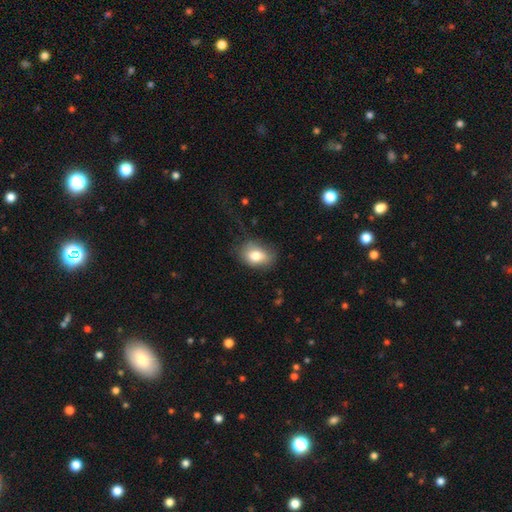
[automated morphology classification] Q: Smooth or featured?
A: smooth (78%); runner-up: featured or disk (14%)
Q: How rounded?
A: in between (72%); runner-up: round (26%)
Q: Merging?
A: none (65%); runner-up: minor disturbance (24%)